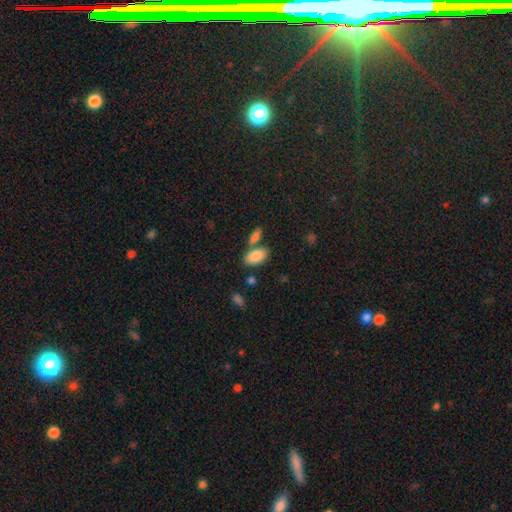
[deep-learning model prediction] A smooth galaxy with no disk features (86%) that is in between round and cigar-shaped (94%).

Vote fractions:
- Smooth or featured? smooth: 86% / featured or disk: 7% / star or artifact: 7%
- How rounded? in between: 94% / round: 3% / cigar-shaped: 3%
- Merging? none: 61% / merger: 24% / minor disturbance: 11% / major disturbance: 3%